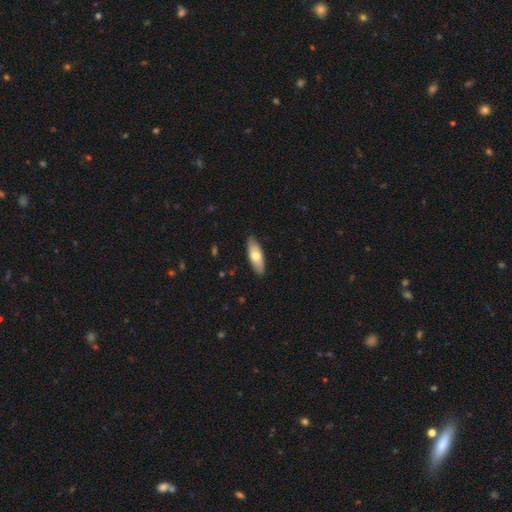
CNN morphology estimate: Smooth or featured? Predicted: smooth (p=0.65). How rounded? Predicted: in between (p=0.74). Merging? Predicted: none (p=0.86).